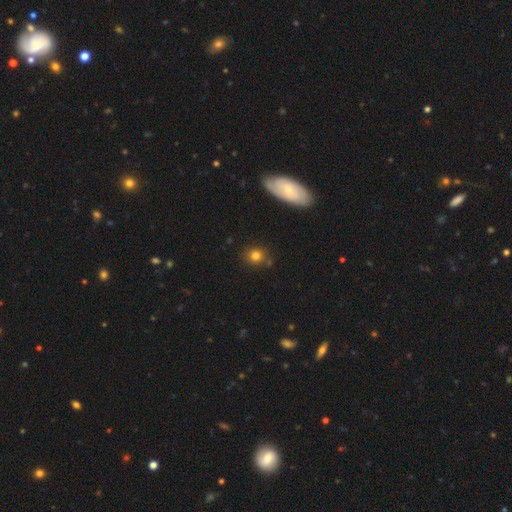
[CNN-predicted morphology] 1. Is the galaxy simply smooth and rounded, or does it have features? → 79% smooth, 12% star or artifact, 9% featured or disk.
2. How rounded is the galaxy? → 83% round, 16% in between, 2% cigar-shaped.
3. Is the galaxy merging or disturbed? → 79% none, 11% minor disturbance, 6% merger, 3% major disturbance.